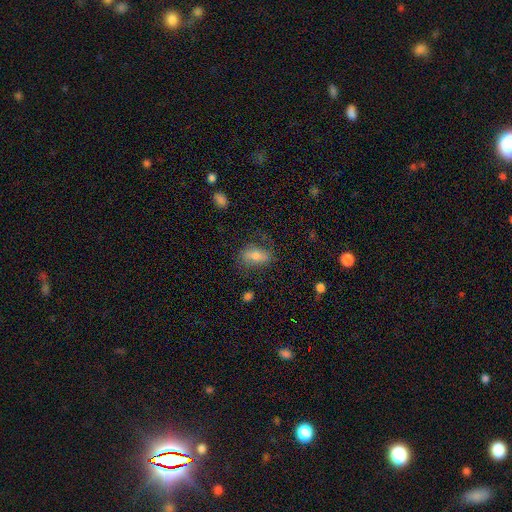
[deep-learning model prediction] Smooth or featured? Predicted: smooth (p=0.64). How rounded? Predicted: in between (p=0.84). Merging? Predicted: none (p=0.70).